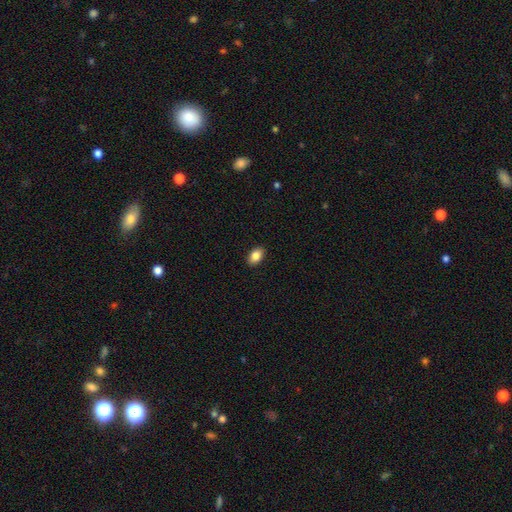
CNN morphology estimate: Smooth or featured: smooth — 85% (star or artifact — 8%)
How rounded: in between — 87% (round — 11%)
Merging: none — 90% (minor disturbance — 8%)